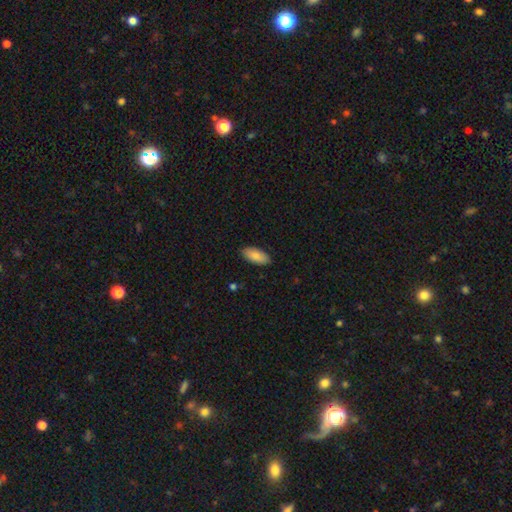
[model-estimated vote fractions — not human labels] Smooth or featured? smooth (86%)
How rounded? in between (91%)
Merging? none (87%)